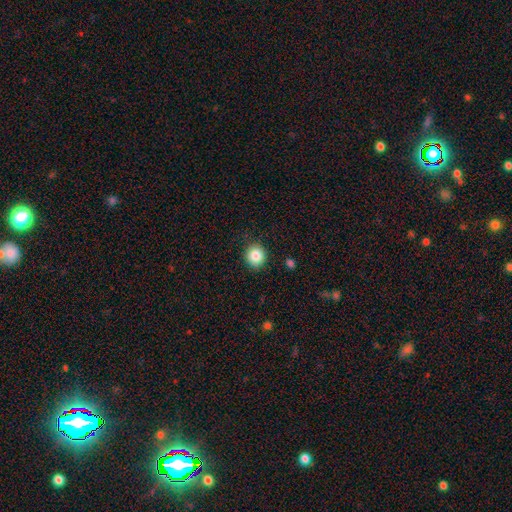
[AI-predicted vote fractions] A smooth galaxy with no disk features (85%) that is round (90%).

Vote fractions:
- Smooth or featured? smooth: 85% / star or artifact: 10% / featured or disk: 6%
- How rounded? round: 90% / in between: 9% / cigar-shaped: 1%
- Merging? none: 89% / minor disturbance: 8% / major disturbance: 2% / merger: 1%